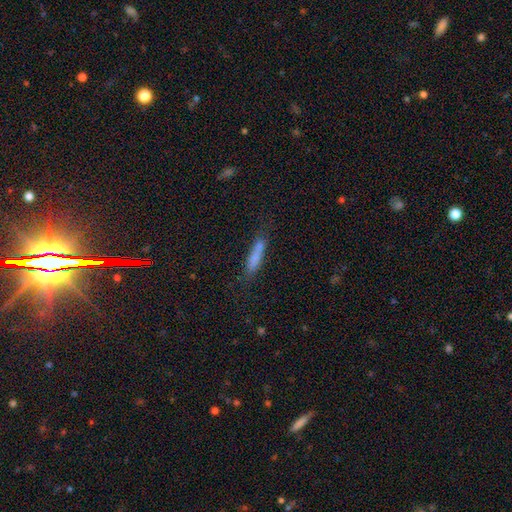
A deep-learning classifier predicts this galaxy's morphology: Smooth or featured: smooth — 74% (featured or disk — 16%)
How rounded: cigar-shaped — 85% (in between — 13%)
Merging: none — 64% (minor disturbance — 19%)